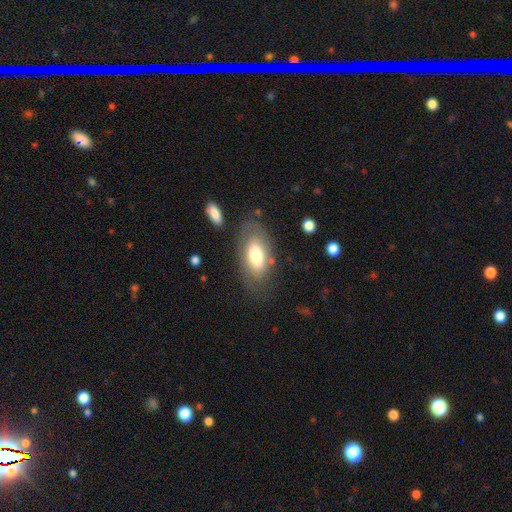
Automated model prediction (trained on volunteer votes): Morphology: type=smooth (66%); roundness=in between (92%); merging=none (69%).